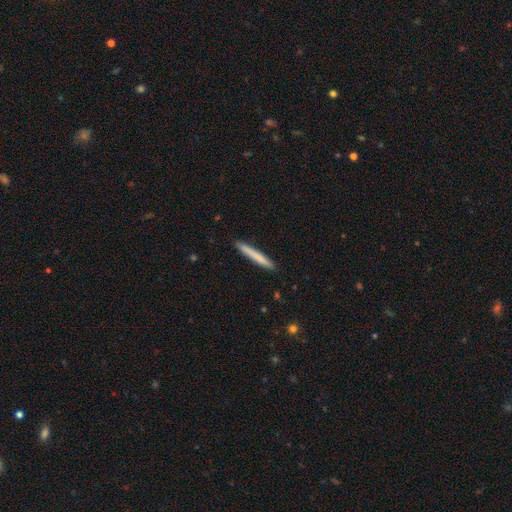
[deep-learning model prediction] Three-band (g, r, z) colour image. It shows a smooth galaxy with no disk features (74%) that is cigar-shaped (97%). Merging: none (91%).